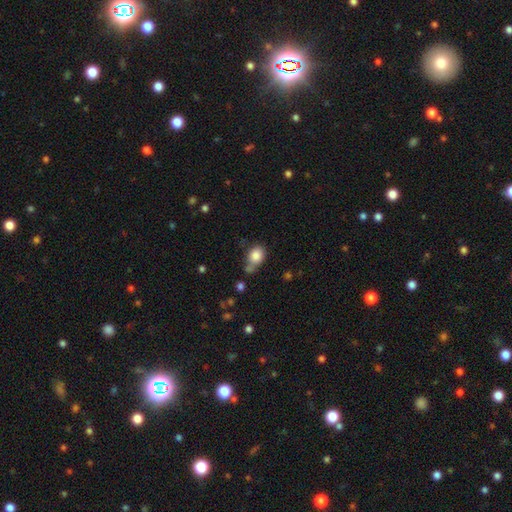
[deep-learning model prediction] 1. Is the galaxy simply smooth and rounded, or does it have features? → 83% smooth, 9% star or artifact, 8% featured or disk.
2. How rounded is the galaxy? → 54% in between, 44% round, 1% cigar-shaped.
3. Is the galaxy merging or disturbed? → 49% none, 23% minor disturbance, 20% merger, 8% major disturbance.